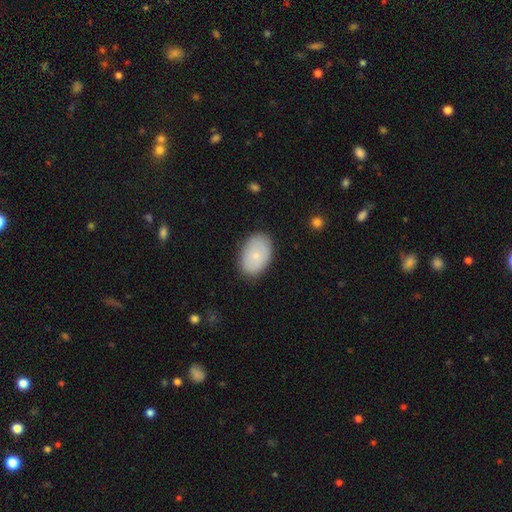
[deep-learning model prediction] smooth-or-featured: smooth: 76% | featured or disk: 17% | star or artifact: 6%
  how-rounded: in between: 89% | round: 10% | cigar-shaped: 1%
  merging: none: 85% | minor disturbance: 12% | major disturbance: 3% | merger: 1%